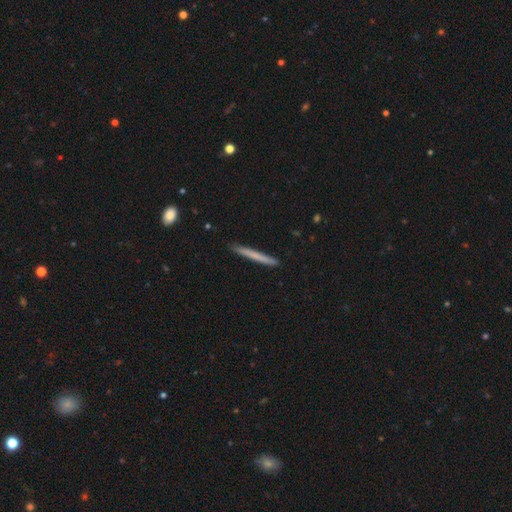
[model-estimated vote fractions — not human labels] Smooth or featured? Predicted: smooth (p=0.65). How rounded? Predicted: cigar-shaped (p=0.97). Merging? Predicted: none (p=0.91).